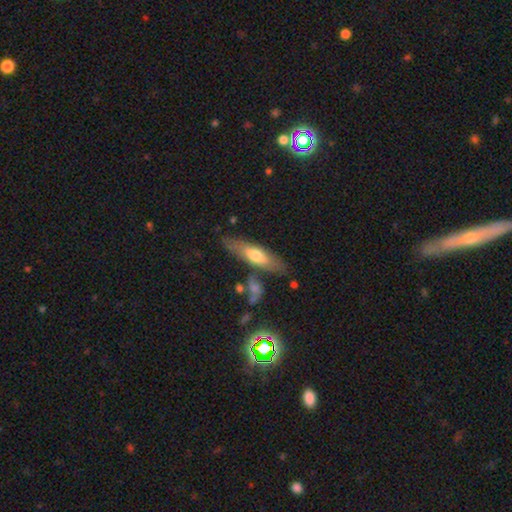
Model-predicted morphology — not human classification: smooth_or_featured: smooth (p=0.52) [alt: featured or disk p=0.42]
how_rounded: cigar-shaped (p=0.60) [alt: in between p=0.38]
merging: none (p=0.75) [alt: minor disturbance p=0.15]